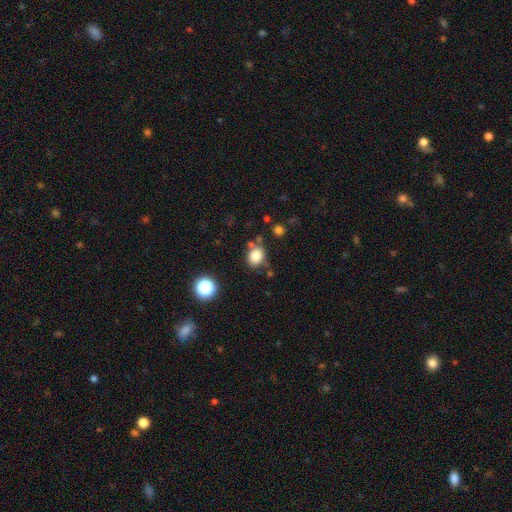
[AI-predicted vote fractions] The model was most divided on "how rounded": round: 53%, in between: 46%, cigar-shaped: 1%. More confident: smooth or featured — smooth (81%); merging — none (72%).